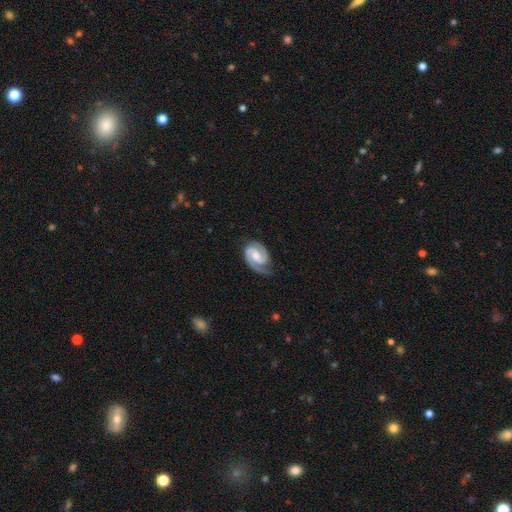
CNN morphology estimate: This appears to be a featured or disk galaxy (90%) with a weak bar (46%), 2 (92%) tight (52%) spiral arms (98%) and a moderate central bulge (51%). Merging: none (75%).